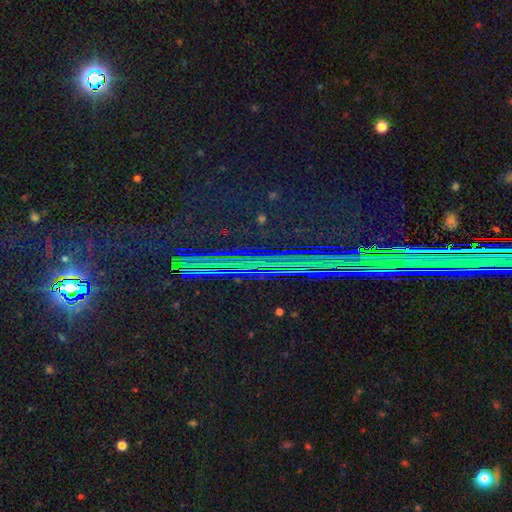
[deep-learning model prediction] Overall: star or artifact (84%).